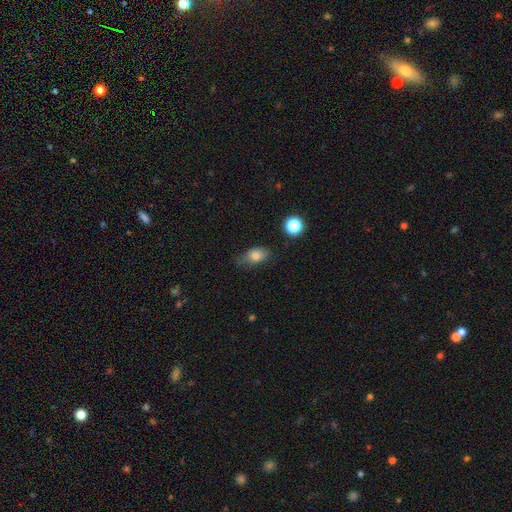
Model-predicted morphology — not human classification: smooth-or-featured: smooth: 79% | featured or disk: 11% | star or artifact: 10%
  how-rounded: in between: 82% | round: 16% | cigar-shaped: 3%
  merging: none: 62% | minor disturbance: 28% | major disturbance: 7% | merger: 2%